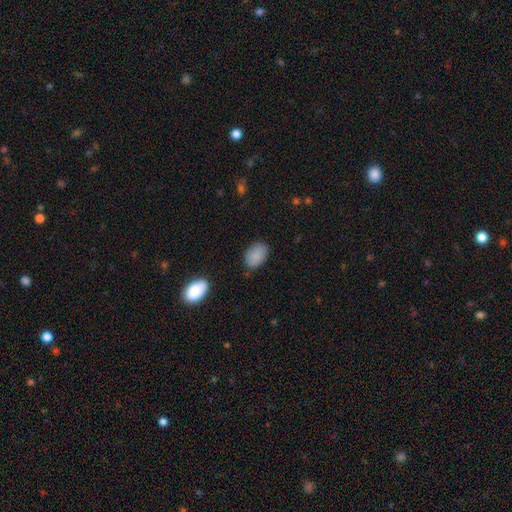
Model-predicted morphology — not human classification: This is clearly a smooth galaxy (87%). How rounded: clearly in between (86%). Merging: likely none (78%).